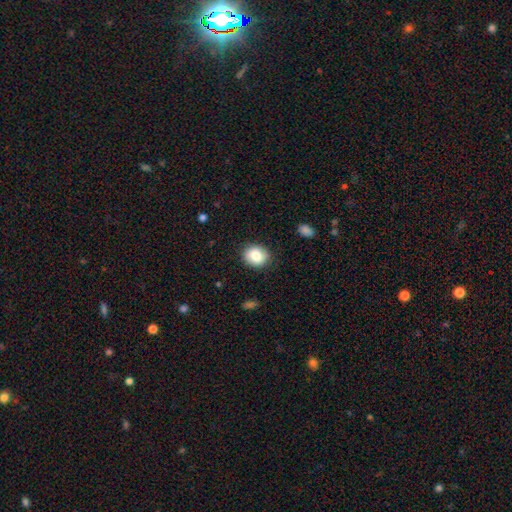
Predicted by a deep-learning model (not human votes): Smooth or featured? smooth (81%)
How rounded? round (67%)
Merging? none (87%)